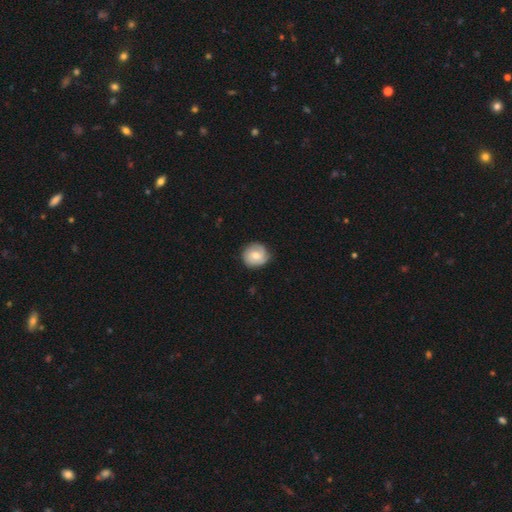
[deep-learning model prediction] A smooth galaxy with no disk features (54%) that is round (90%). Merging: none (78%).